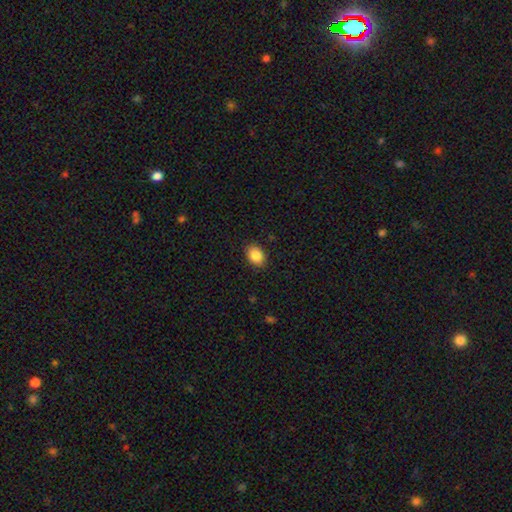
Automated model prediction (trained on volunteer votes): The model was most divided on "how rounded": in between: 73%, round: 26%, cigar-shaped: 1%. More confident: merging — none (88%); smooth or featured — smooth (87%).